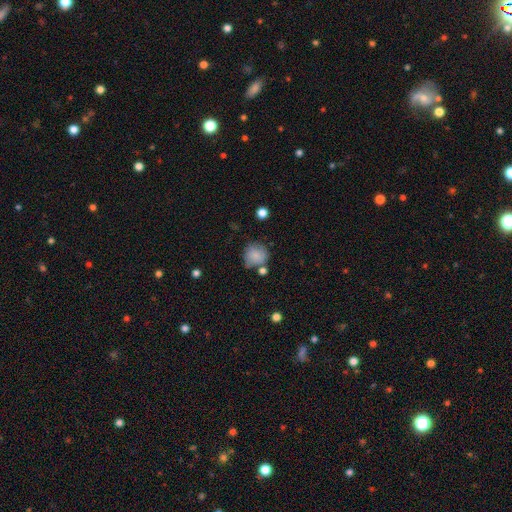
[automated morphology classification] Q: Smooth or featured?
A: smooth (81%); runner-up: featured or disk (11%)
Q: How rounded?
A: round (86%); runner-up: in between (13%)
Q: Merging?
A: none (62%); runner-up: minor disturbance (21%)